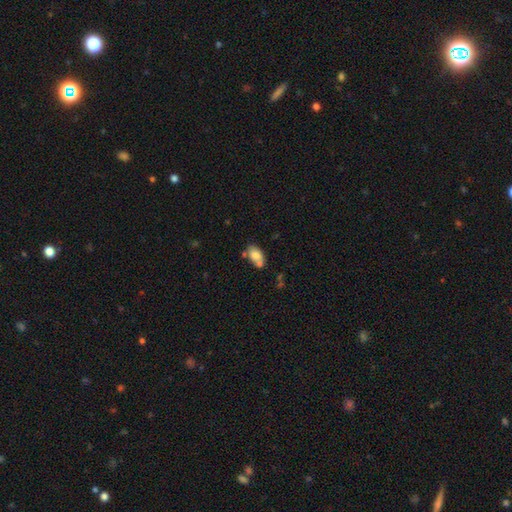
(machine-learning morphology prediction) smooth_or_featured: smooth (p=0.74) [alt: featured or disk p=0.18]
how_rounded: in between (p=0.89) [alt: round p=0.09]
merging: none (p=0.51) [alt: merger p=0.26]